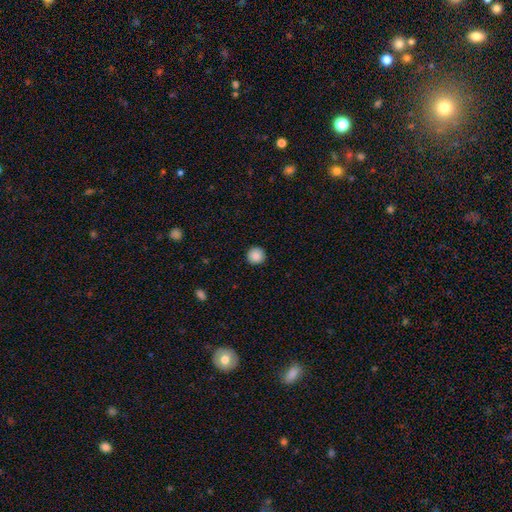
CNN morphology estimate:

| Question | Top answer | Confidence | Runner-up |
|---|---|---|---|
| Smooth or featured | smooth | 88% | star or artifact (9%) |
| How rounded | round | 95% | in between (4%) |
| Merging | none | 92% | minor disturbance (5%) |